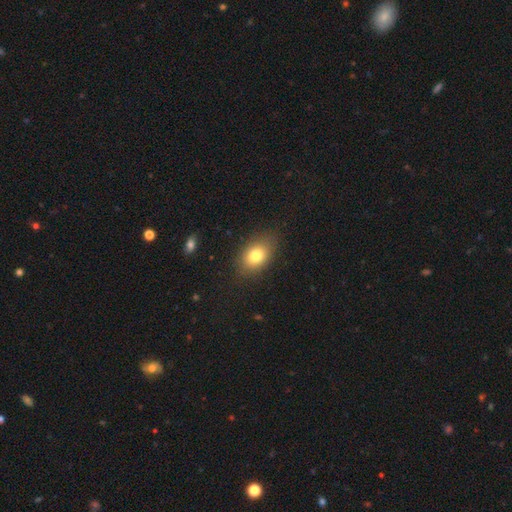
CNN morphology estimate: type=smooth (78%); roundness=in between (79%); merging=none (81%).